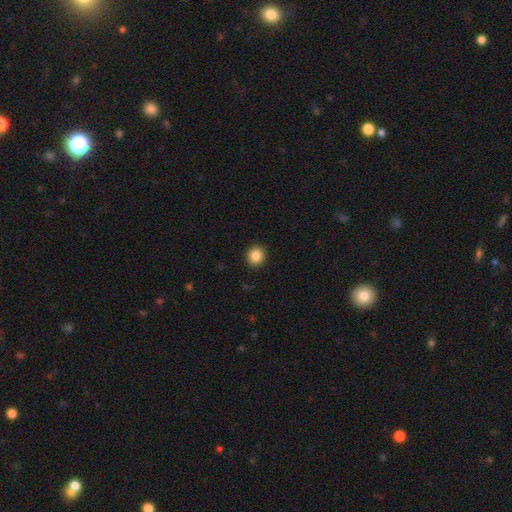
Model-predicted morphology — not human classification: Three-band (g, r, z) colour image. It shows a smooth galaxy with no disk features (86%) that is round (84%). Merging: none (92%).